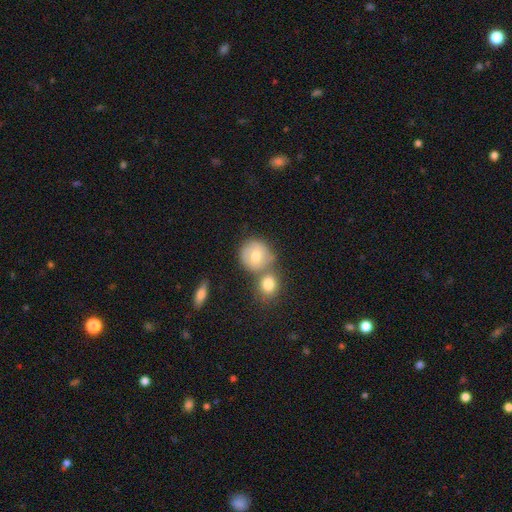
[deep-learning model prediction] This is likely a smooth galaxy (70%). How rounded: clearly round (87%). Merging: possibly none (51%).